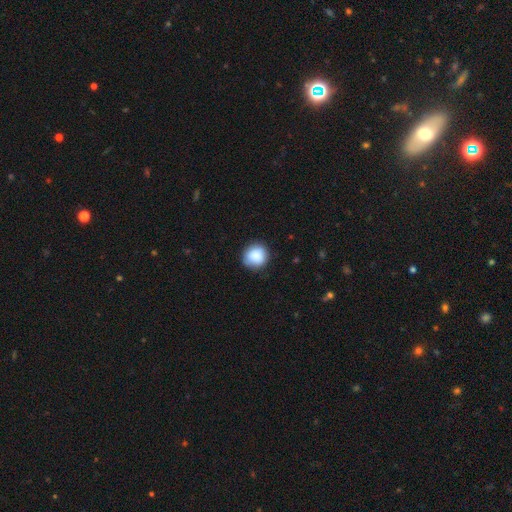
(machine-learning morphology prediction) smooth 88%, star or artifact 7%, featured or disk 4%. Down the decision tree: how rounded — round (89%); merging — none (84%).